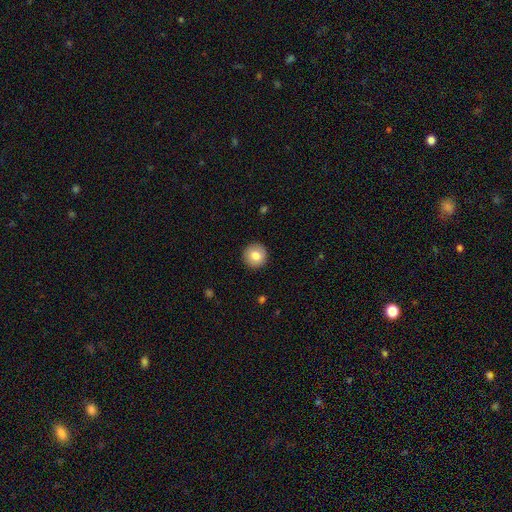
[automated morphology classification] This appears to be a smooth galaxy with no disk features (82%) that is round (95%). Merging: none (92%).